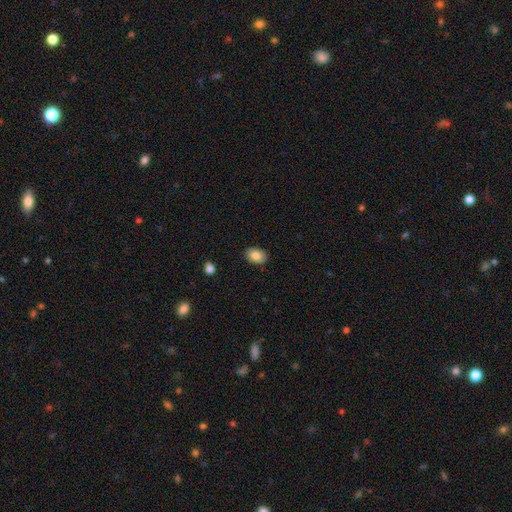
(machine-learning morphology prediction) The model was most divided on "how rounded": in between: 79%, round: 20%, cigar-shaped: 1%. More confident: merging — none (88%); smooth or featured — smooth (83%).